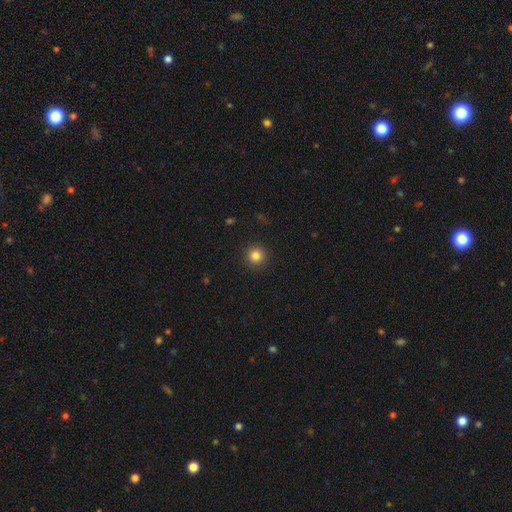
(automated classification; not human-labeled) Q: Smooth or featured?
A: smooth (84%); runner-up: star or artifact (12%)
Q: How rounded?
A: round (95%); runner-up: in between (4%)
Q: Merging?
A: none (92%); runner-up: minor disturbance (5%)